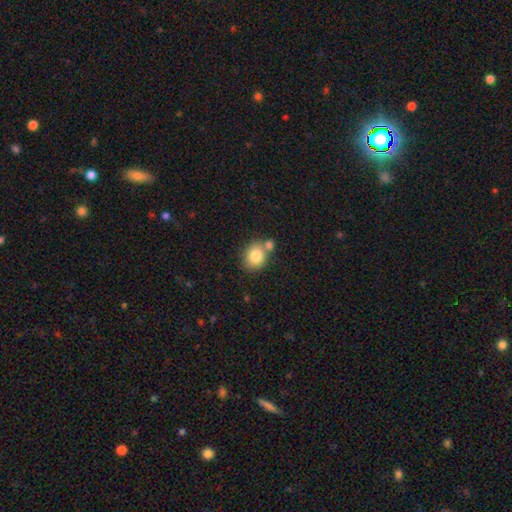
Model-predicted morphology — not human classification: smooth_or_featured: smooth (p=0.81) [alt: featured or disk p=0.10]
how_rounded: round (p=0.66) [alt: in between p=0.33]
merging: none (p=0.57) [alt: merger p=0.28]